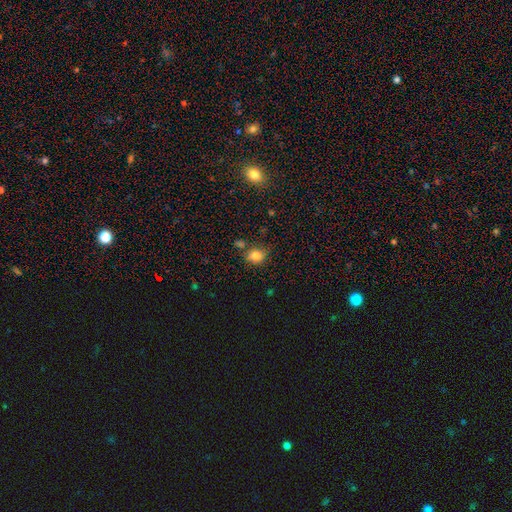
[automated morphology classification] Smooth or featured? Predicted: smooth (p=0.81). How rounded? Predicted: round (p=0.51). Merging? Predicted: none (p=0.69).